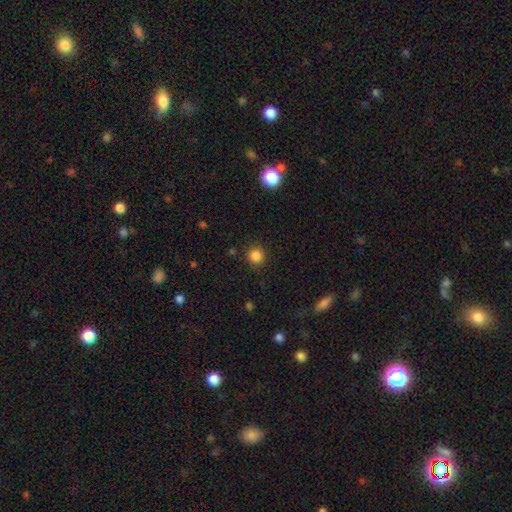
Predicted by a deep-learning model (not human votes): A smooth galaxy with no disk features (85%) that is round (91%). Merging: none (89%).